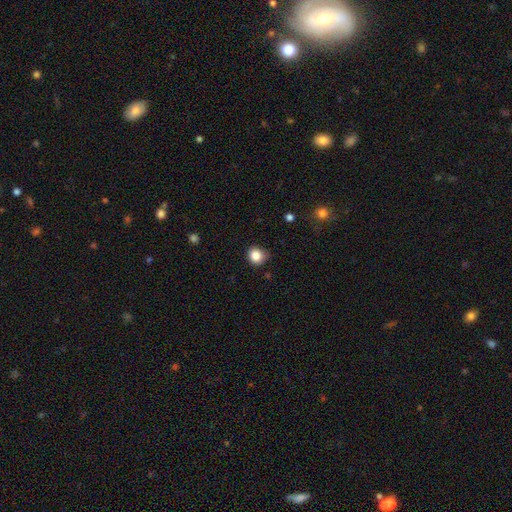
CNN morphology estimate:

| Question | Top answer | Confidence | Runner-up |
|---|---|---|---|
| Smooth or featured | smooth | 84% | star or artifact (11%) |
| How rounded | round | 83% | in between (16%) |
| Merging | none | 76% | minor disturbance (19%) |